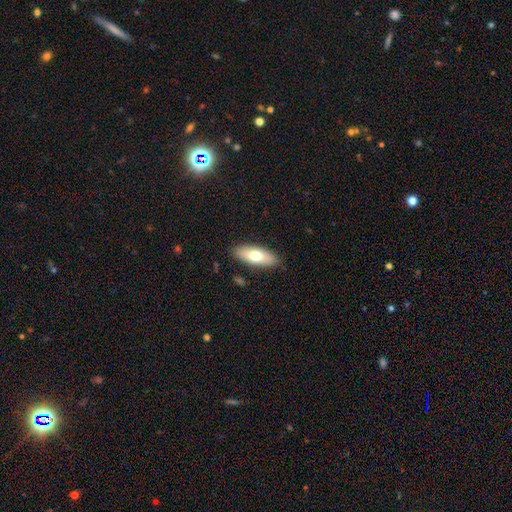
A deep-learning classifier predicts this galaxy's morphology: This is likely a smooth galaxy (70%). How rounded: likely in between (74%). Merging: clearly none (87%).